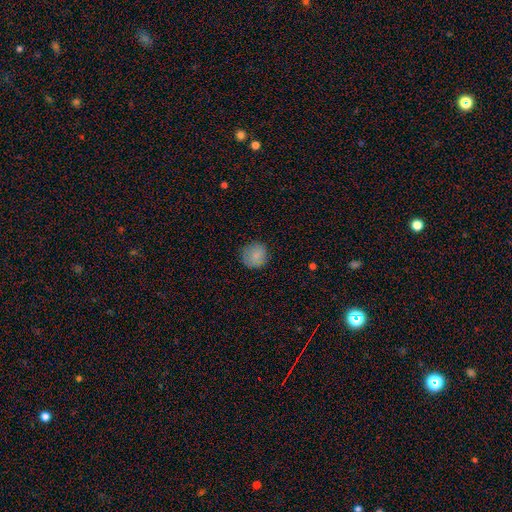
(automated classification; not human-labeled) Smooth or featured: smooth — 85% (star or artifact — 9%)
How rounded: round — 93% (in between — 6%)
Merging: none — 85% (minor disturbance — 11%)